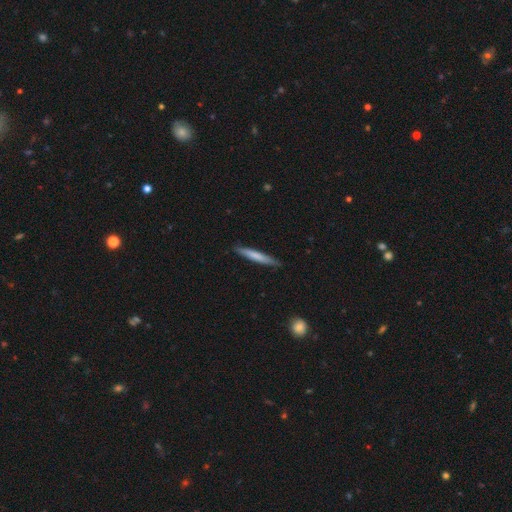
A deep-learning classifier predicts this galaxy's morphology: This is likely a smooth galaxy (69%). How rounded: clearly cigar-shaped (95%). Merging: clearly none (88%).